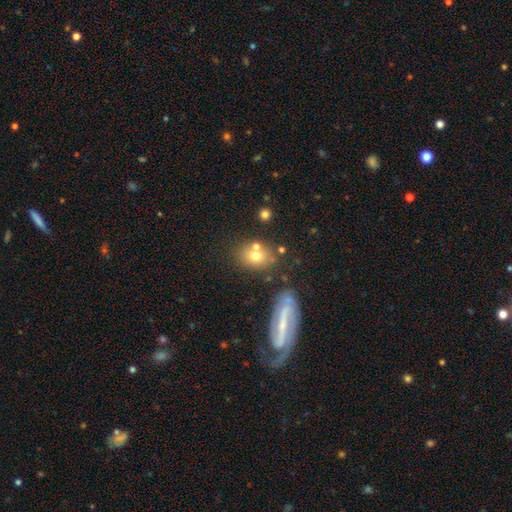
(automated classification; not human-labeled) A smooth galaxy with no disk features (68%) that is in between round and cigar-shaped (53%).

Vote fractions:
- Smooth or featured? smooth: 68% / featured or disk: 20% / star or artifact: 12%
- How rounded? in between: 53% / round: 46% / cigar-shaped: 2%
- Merging? none: 55% / merger: 26% / minor disturbance: 14% / major disturbance: 6%